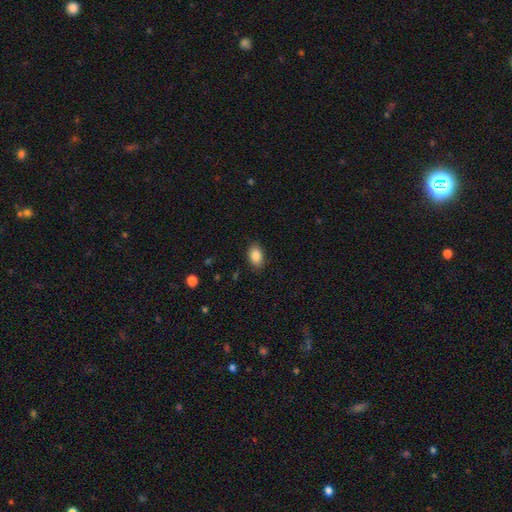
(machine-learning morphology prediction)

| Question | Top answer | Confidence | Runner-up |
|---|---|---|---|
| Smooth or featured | smooth | 87% | star or artifact (8%) |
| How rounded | in between | 87% | round (11%) |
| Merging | none | 86% | minor disturbance (10%) |